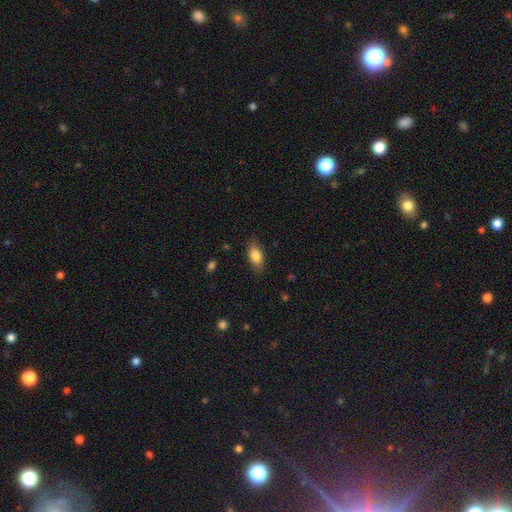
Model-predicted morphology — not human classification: The model was most divided on "merging": none: 82%, minor disturbance: 13%, major disturbance: 3%, merger: 1%. More confident: how rounded — in between (85%); smooth or featured — smooth (82%).